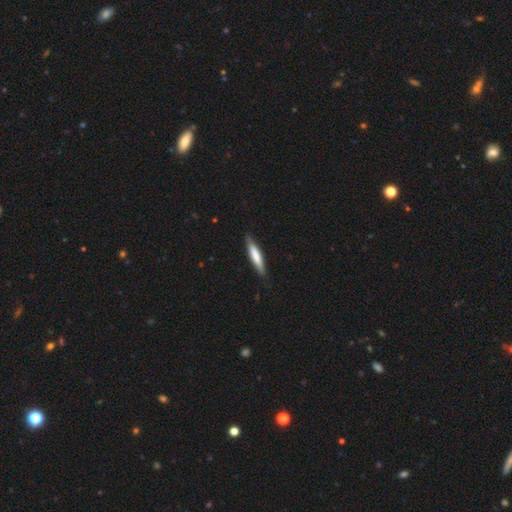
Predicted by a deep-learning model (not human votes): The model was most divided on "smooth or featured": smooth: 67%, featured or disk: 28%, star or artifact: 5%. More confident: how rounded — cigar-shaped (86%); merging — none (86%).